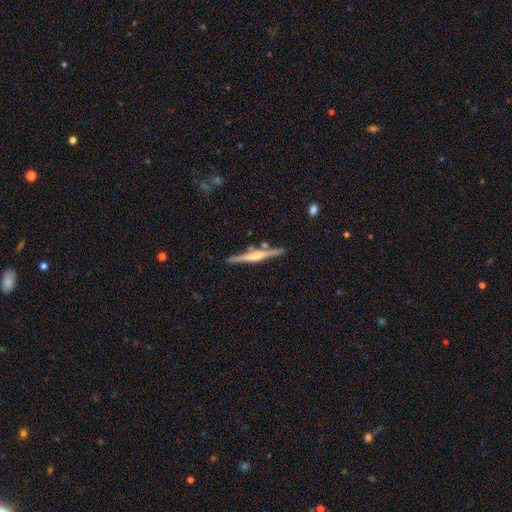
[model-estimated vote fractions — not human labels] Smooth or featured? featured or disk (67%)
Edge-on disk? yes (98%)
Edge-on bulge? rounded (60%)
Merging? none (83%)